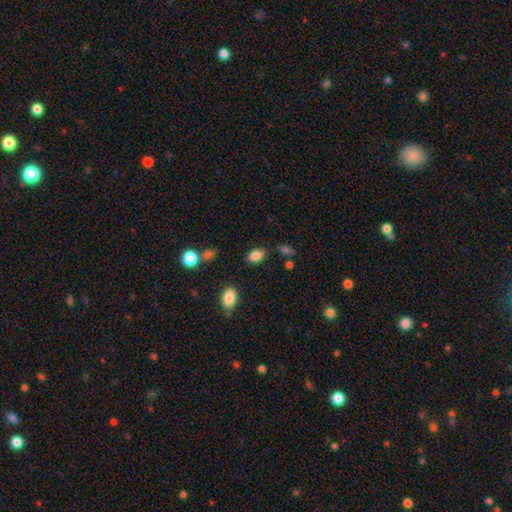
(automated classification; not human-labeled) A smooth galaxy with no disk features (86%) that is in between round and cigar-shaped (88%). Merging: none (80%).